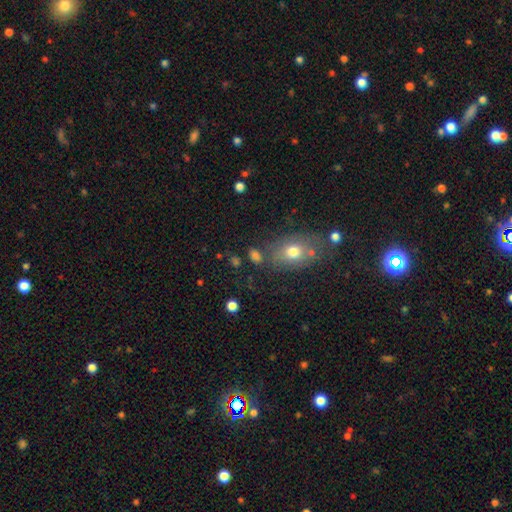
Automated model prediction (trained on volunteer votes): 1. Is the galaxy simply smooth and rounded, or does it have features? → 77% smooth, 14% star or artifact, 9% featured or disk.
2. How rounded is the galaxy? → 74% in between, 22% round, 3% cigar-shaped.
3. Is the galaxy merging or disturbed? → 66% none, 15% minor disturbance, 12% merger, 7% major disturbance.